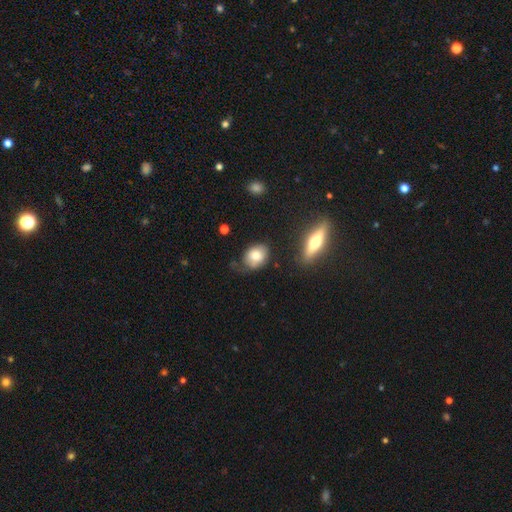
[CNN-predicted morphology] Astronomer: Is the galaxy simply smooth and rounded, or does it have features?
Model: smooth — 74%.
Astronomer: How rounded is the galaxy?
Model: in between — 62% (runner-up: round, 37%).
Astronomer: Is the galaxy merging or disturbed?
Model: none — 59%.